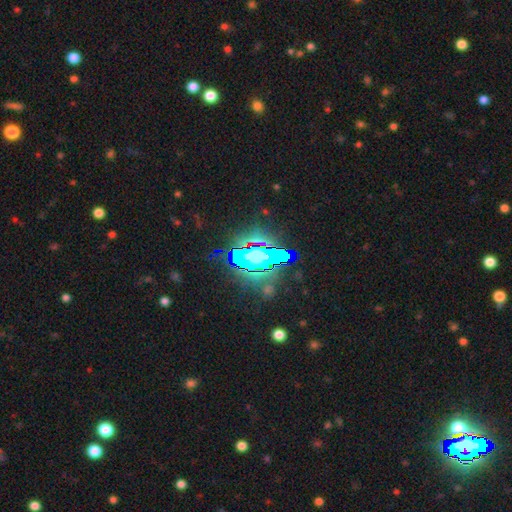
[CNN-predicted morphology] A star or artifact, not a galaxy (58%).

Vote fractions:
- Smooth or featured? star or artifact: 58% / smooth: 24% / featured or disk: 18%